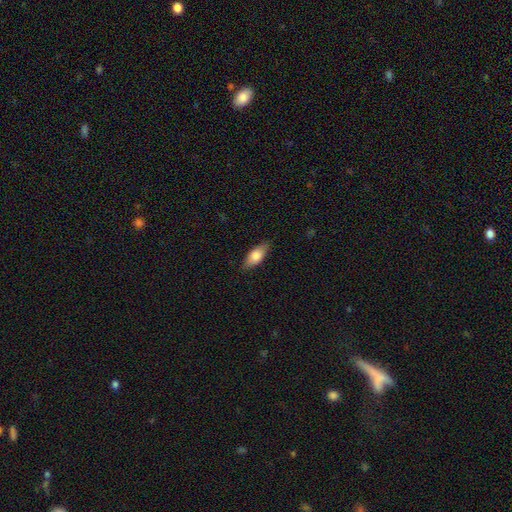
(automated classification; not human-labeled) smooth_or_featured: smooth (p=0.77) [alt: featured or disk p=0.17]
how_rounded: in between (p=0.82) [alt: cigar-shaped p=0.15]
merging: none (p=0.84) [alt: minor disturbance p=0.13]